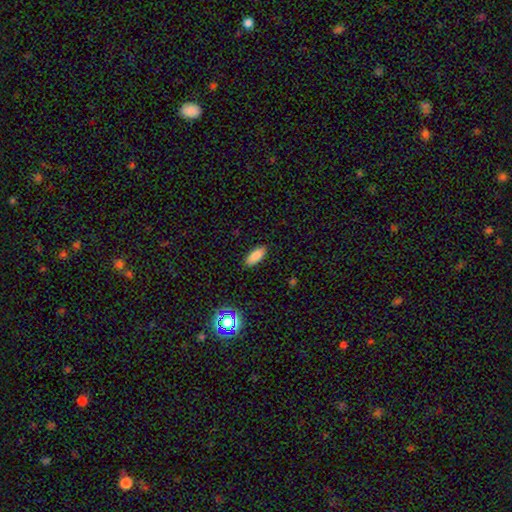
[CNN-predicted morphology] This appears to be a smooth galaxy with no disk features (84%) that is in between round and cigar-shaped (80%). Merging: none (88%).